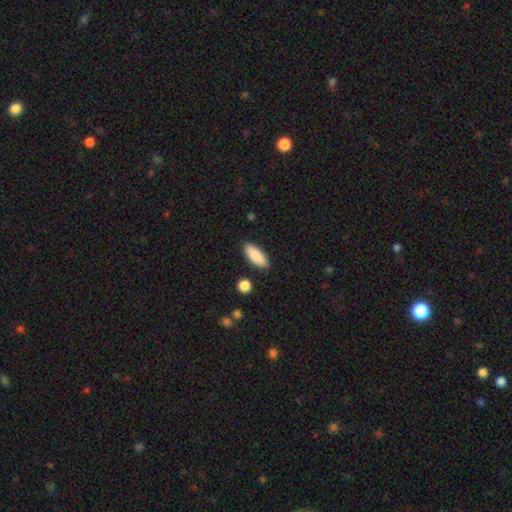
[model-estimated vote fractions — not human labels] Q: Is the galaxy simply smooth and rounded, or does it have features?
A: smooth — 88%.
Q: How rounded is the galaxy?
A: in between — 76%.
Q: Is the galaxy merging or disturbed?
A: none — 87%.